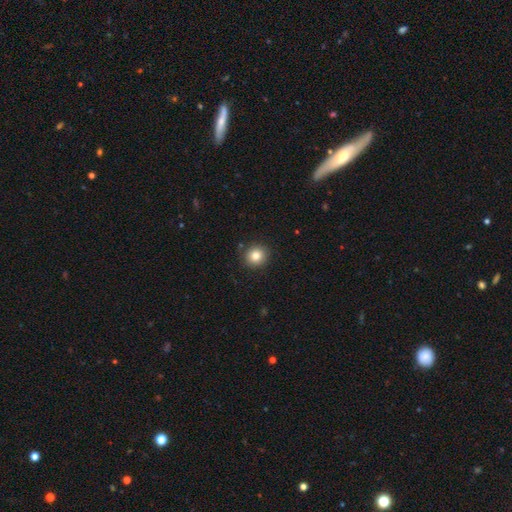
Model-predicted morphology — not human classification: Smooth or featured: smooth — 82% (star or artifact — 11%)
How rounded: round — 89% (in between — 10%)
Merging: none — 89% (minor disturbance — 7%)